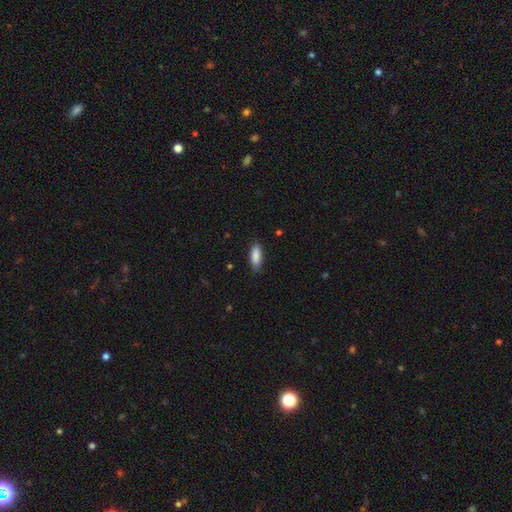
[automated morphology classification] This appears to be a smooth galaxy with no disk features (89%) that is in between round and cigar-shaped (77%). Merging: none (82%).